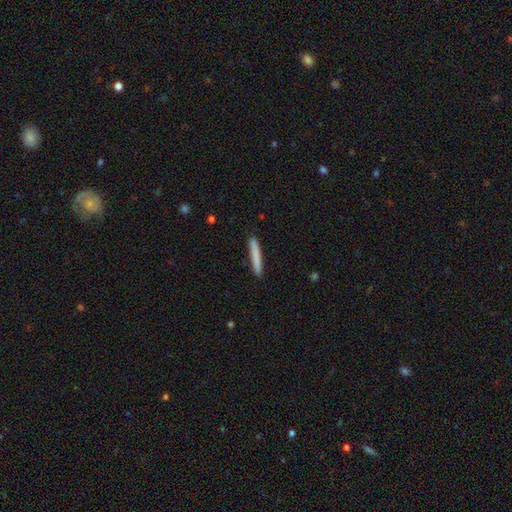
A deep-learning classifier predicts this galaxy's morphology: type=smooth (79%); roundness=cigar-shaped (96%); merging=none (91%).